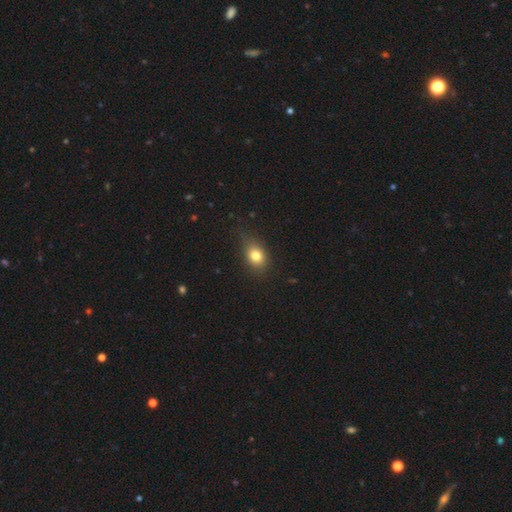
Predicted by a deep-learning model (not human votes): This appears to be a smooth galaxy with no disk features (79%) that is in between round and cigar-shaped (61%). Merging: none (72%).